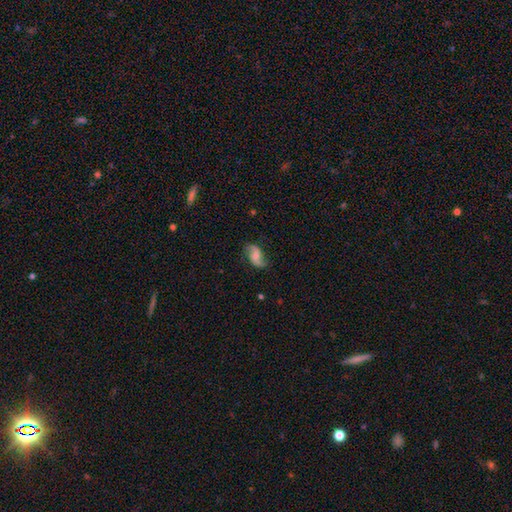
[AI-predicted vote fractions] Smooth or featured? featured or disk (74%)
Edge-on disk? no (97%)
Bar? no (53%)
Spiral arms? yes (95%)
Spiral winding? loose (70%)
Spiral arm count? 2 (92%)
Bulge size? moderate (42%)
Merging? none (78%)